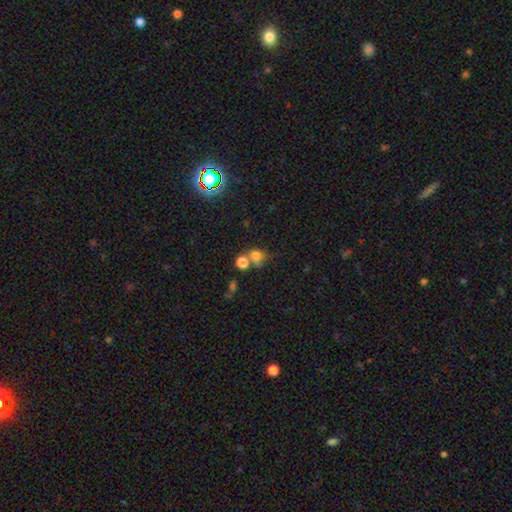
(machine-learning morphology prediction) A smooth galaxy with no disk features (74%) that is round (65%).

Vote fractions:
- Smooth or featured? smooth: 74% / star or artifact: 16% / featured or disk: 11%
- How rounded? round: 65% / in between: 34% / cigar-shaped: 1%
- Merging? merger: 40% / none: 38% / minor disturbance: 13% / major disturbance: 8%